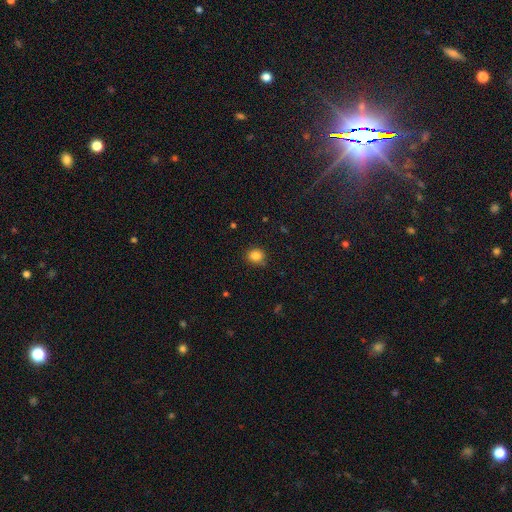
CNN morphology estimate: Smooth or featured? Predicted: smooth (p=0.84). How rounded? Predicted: round (p=0.80). Merging? Predicted: none (p=0.83).